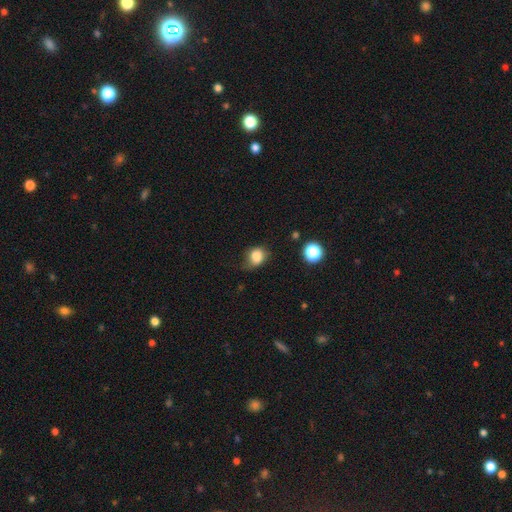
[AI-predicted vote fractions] Smooth or featured? smooth (81%)
How rounded? round (57%)
Merging? none (49%)